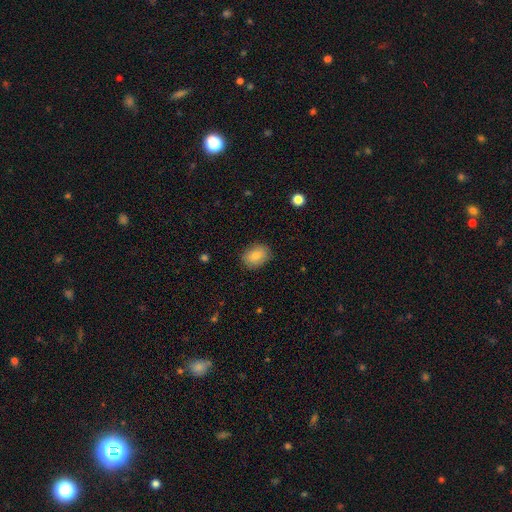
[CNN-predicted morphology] smooth_or_featured: smooth (p=0.84) [alt: featured or disk p=0.09]
how_rounded: in between (p=0.70) [alt: round p=0.29]
merging: none (p=0.85) [alt: minor disturbance p=0.11]